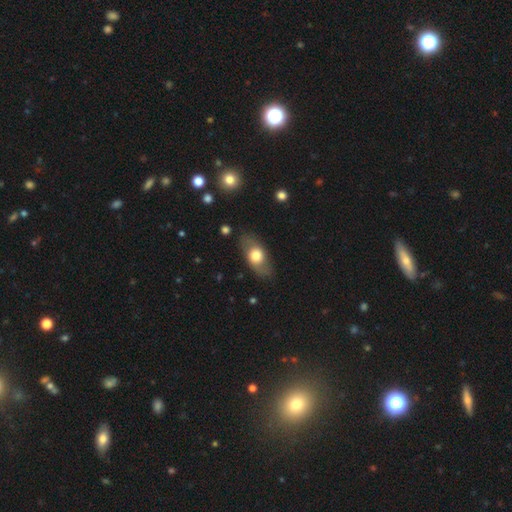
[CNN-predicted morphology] Q: Smooth or featured?
A: smooth (64%); runner-up: featured or disk (29%)
Q: How rounded?
A: in between (82%); runner-up: round (11%)
Q: Merging?
A: none (80%); runner-up: minor disturbance (14%)